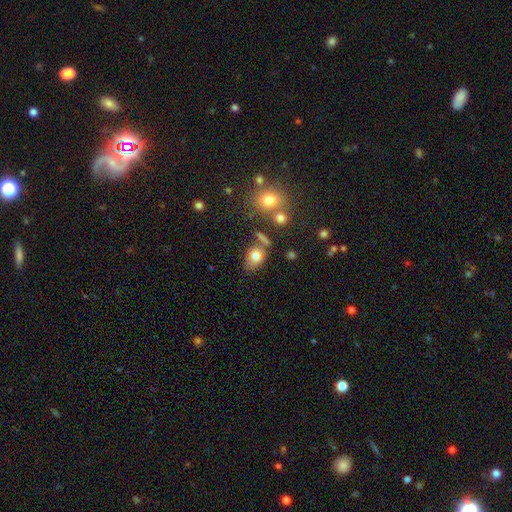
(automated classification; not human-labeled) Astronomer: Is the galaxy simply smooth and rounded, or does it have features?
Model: smooth — 76%.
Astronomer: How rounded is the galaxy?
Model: in between — 64%.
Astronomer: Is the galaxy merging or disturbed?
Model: none — 57%.